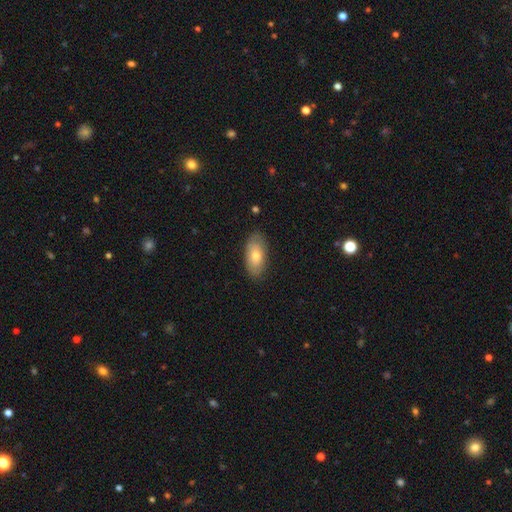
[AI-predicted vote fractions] Smooth or featured: smooth — 67% (featured or disk — 27%)
How rounded: in between — 91% (cigar-shaped — 6%)
Merging: none — 84% (minor disturbance — 12%)